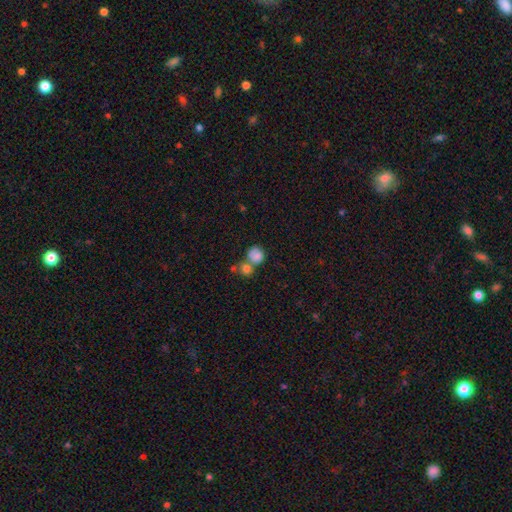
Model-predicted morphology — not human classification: A smooth galaxy with no disk features (75%) that is round (79%). Merging: merger (48%).